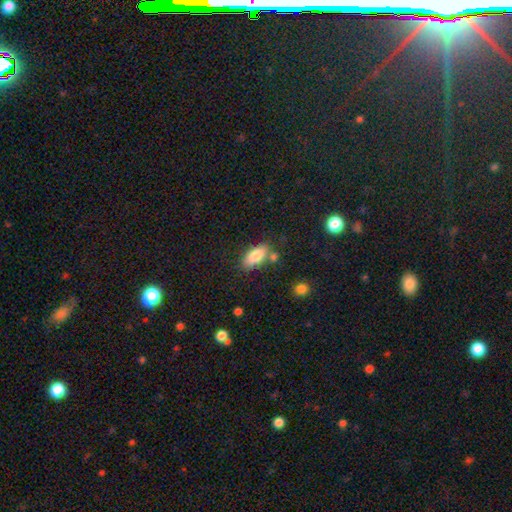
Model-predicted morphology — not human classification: type=smooth (83%); roundness=in between (85%); merging=none (73%).